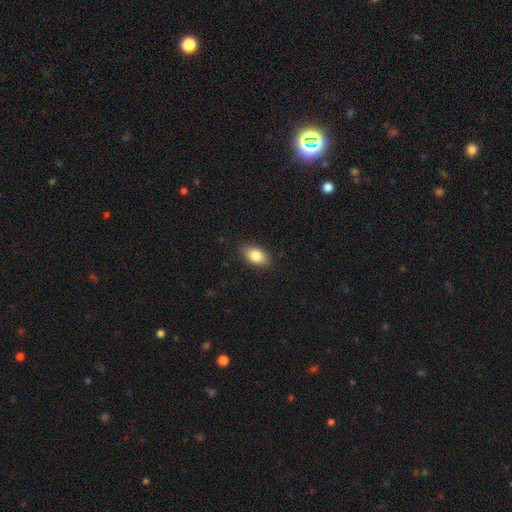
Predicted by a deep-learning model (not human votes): Smooth or featured?
  - smooth: 84% *
  - featured or disk: 9%
  - star or artifact: 7%
How rounded?
  - in between: 91% *
  - round: 7%
  - cigar-shaped: 2%
Merging?
  - none: 87% *
  - minor disturbance: 10%
  - major disturbance: 2%
  - merger: 1%